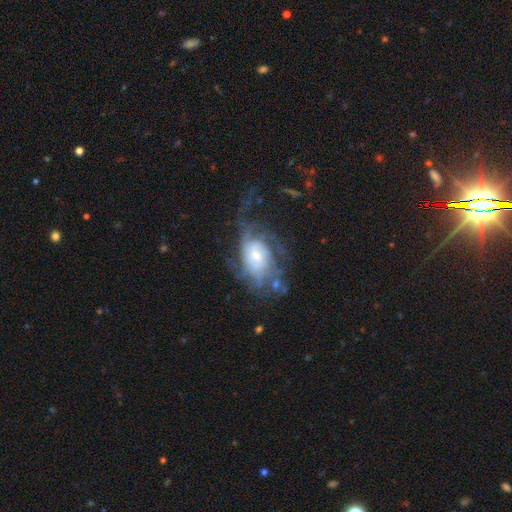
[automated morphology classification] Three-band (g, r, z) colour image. It shows a featured or disk galaxy (78%) with no bar (63%), tight (41%) spiral arms (86%) and a small central bulge (42%). Merging: none (42%).